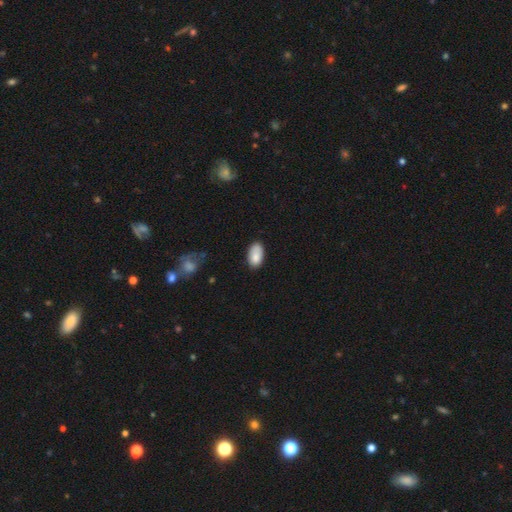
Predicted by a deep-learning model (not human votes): Smooth or featured: smooth — 83% (featured or disk — 9%)
How rounded: in between — 94% (round — 4%)
Merging: none — 68% (minor disturbance — 24%)